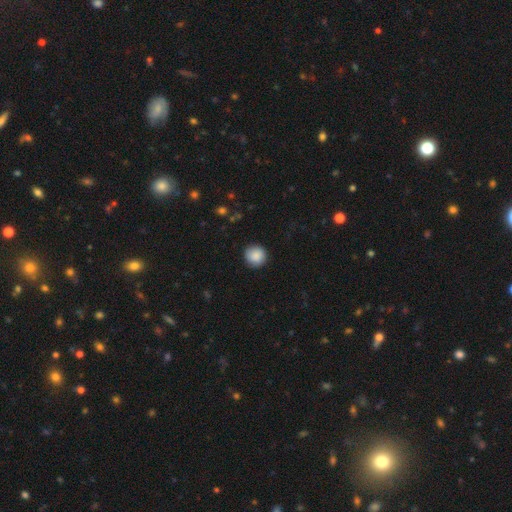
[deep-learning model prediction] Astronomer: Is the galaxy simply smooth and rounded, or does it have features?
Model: smooth — 88%.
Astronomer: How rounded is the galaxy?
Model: round — 94%.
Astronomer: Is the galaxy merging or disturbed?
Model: none — 89%.